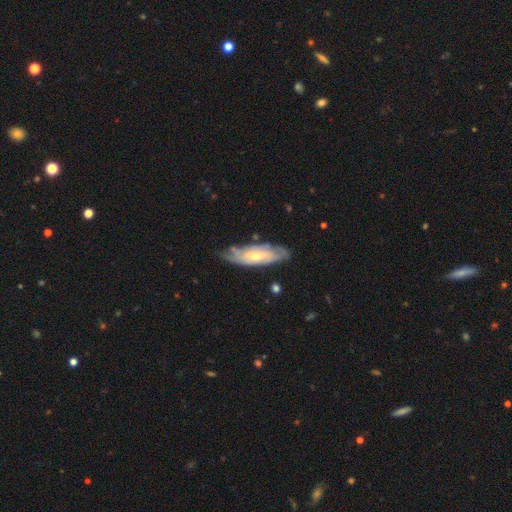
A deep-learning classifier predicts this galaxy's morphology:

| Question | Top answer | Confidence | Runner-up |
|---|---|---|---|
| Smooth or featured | featured or disk | 67% | smooth (28%) |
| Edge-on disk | no | 76% | yes (24%) |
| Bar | no | 58% | weak (34%) |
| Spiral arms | yes | 80% | no (20%) |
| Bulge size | small | 49% | moderate (46%) |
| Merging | none | 68% | minor disturbance (24%) |